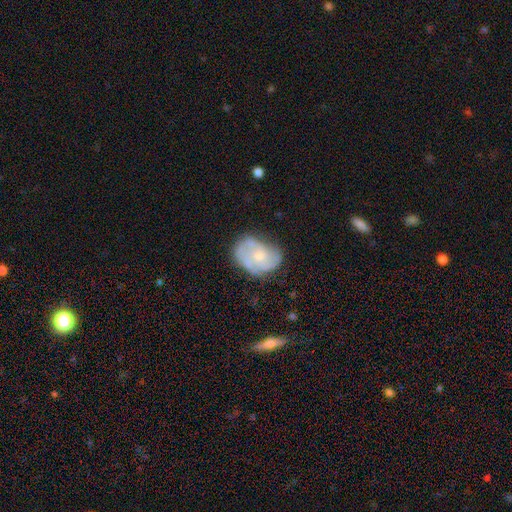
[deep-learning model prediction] This is likely a featured or disk galaxy (62%). It is clearly not viewed edge-on (97%). Bar: likely no (77%). Spiral arm pattern: likely yes (77%). Central bulge: possibly small (54%). Merging: possibly none (54%).